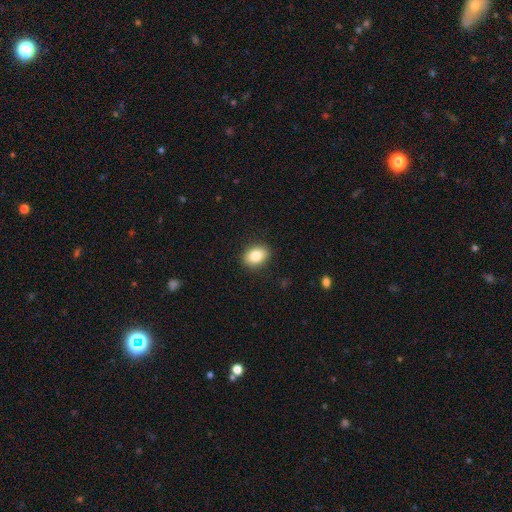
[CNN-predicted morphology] Smooth or featured? smooth (83%)
How rounded? in between (70%)
Merging? none (89%)